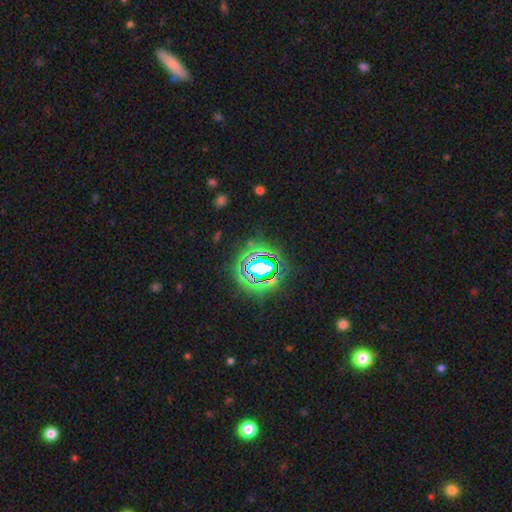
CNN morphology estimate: Smooth or featured: star or artifact — 79% (smooth — 13%)